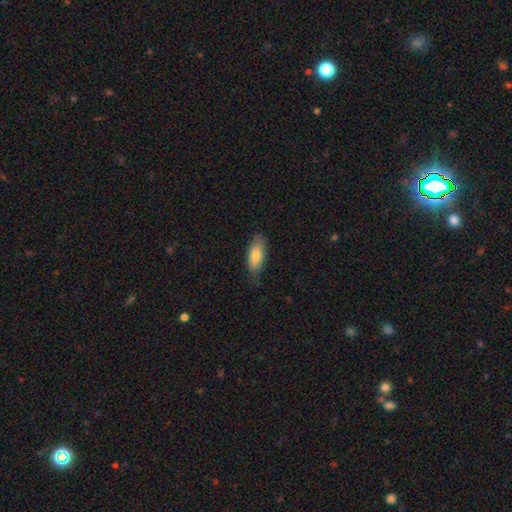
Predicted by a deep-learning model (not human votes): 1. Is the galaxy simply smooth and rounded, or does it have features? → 80% smooth, 13% featured or disk, 6% star or artifact.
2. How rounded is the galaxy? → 80% in between, 18% cigar-shaped, 2% round.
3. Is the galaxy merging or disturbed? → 79% none, 17% minor disturbance, 3% major disturbance, 1% merger.